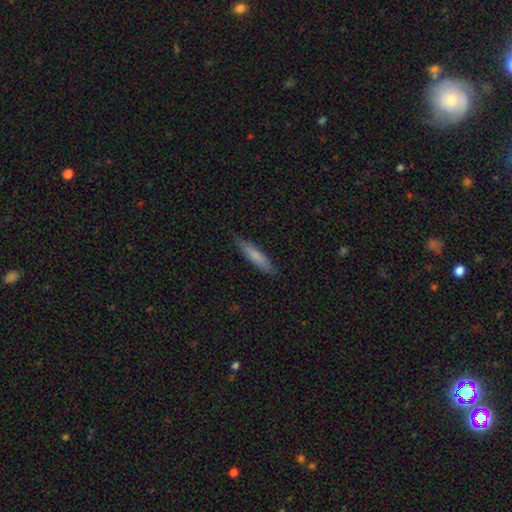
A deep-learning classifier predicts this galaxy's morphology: smooth_or_featured: smooth (p=0.76) [alt: featured or disk p=0.18]
how_rounded: cigar-shaped (p=0.83) [alt: in between p=0.16]
merging: none (p=0.83) [alt: minor disturbance p=0.14]